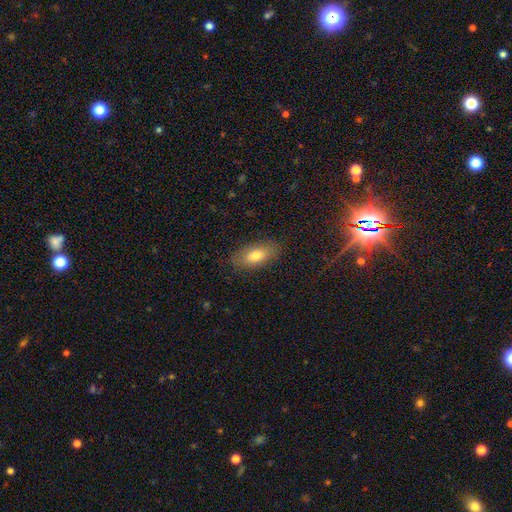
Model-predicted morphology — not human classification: Smooth or featured? smooth (76%)
How rounded? in between (83%)
Merging? none (86%)